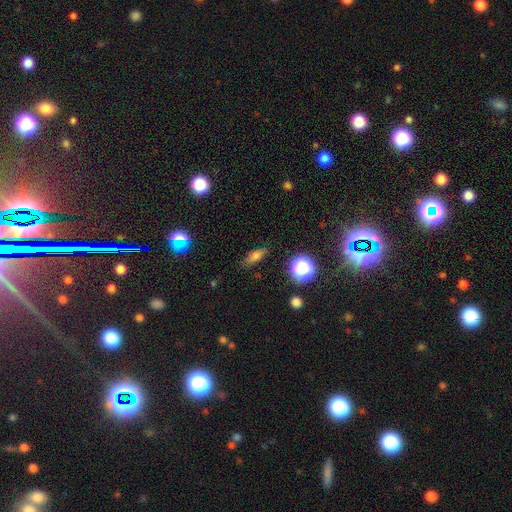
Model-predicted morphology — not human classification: Smooth or featured?
  - smooth: 68% *
  - featured or disk: 16%
  - star or artifact: 15%
How rounded?
  - in between: 55% *
  - cigar-shaped: 34%
  - round: 11%
Merging?
  - none: 81% *
  - minor disturbance: 14%
  - major disturbance: 4%
  - merger: 2%